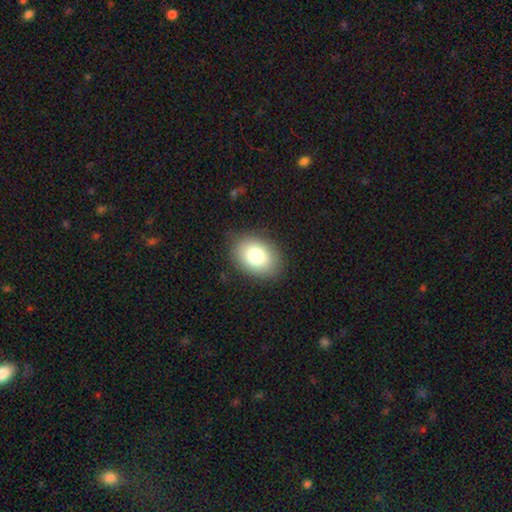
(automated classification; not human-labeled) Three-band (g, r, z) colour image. It shows a smooth galaxy with no disk features (80%) that is in between round and cigar-shaped (73%). Merging: none (84%).